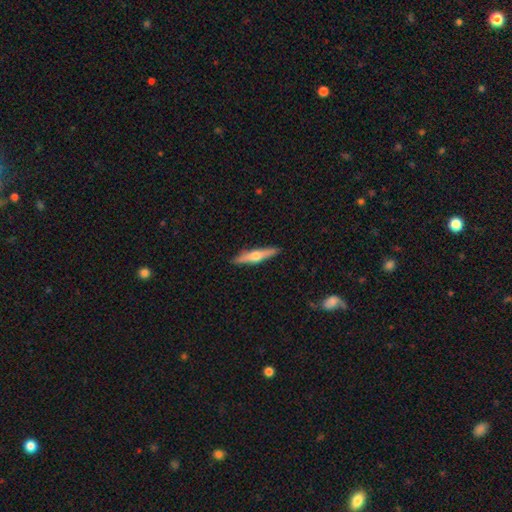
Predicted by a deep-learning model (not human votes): This appears to be a featured or disk galaxy (58%) viewed edge-on (96%) with a rounded central bulge (92%). Merging: none (90%).